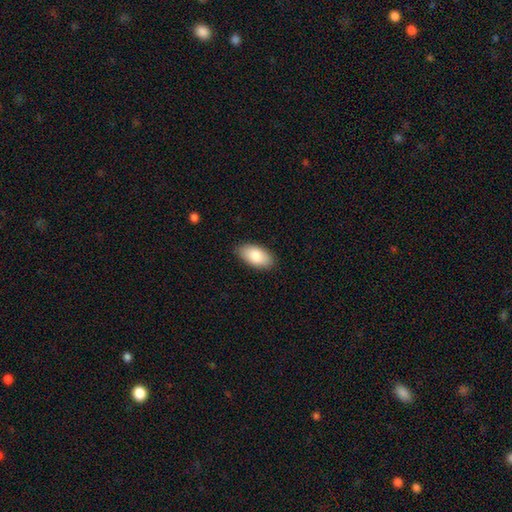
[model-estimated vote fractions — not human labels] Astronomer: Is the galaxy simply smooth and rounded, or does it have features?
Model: smooth — 84%.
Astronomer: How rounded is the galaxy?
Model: in between — 95%.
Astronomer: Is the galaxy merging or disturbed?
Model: none — 87%.